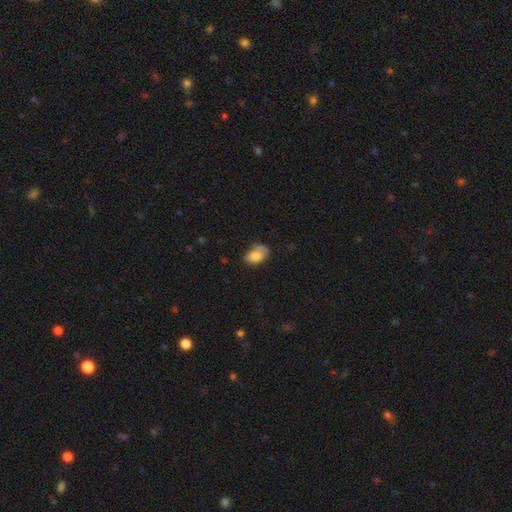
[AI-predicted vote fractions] A smooth galaxy with no disk features (76%) that is in between round and cigar-shaped (89%).

Vote fractions:
- Smooth or featured? smooth: 76% / featured or disk: 16% / star or artifact: 8%
- How rounded? in between: 89% / round: 9% / cigar-shaped: 1%
- Merging? none: 48% / minor disturbance: 32% / major disturbance: 12% / merger: 8%